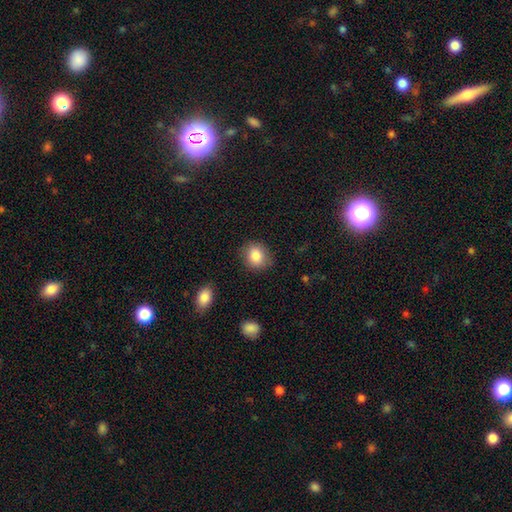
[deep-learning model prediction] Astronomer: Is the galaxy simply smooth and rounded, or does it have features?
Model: smooth — 85%.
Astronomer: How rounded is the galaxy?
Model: round — 72%.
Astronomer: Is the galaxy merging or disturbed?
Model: none — 83%.